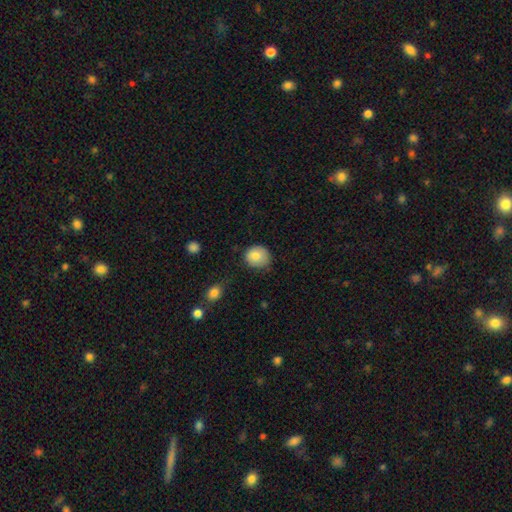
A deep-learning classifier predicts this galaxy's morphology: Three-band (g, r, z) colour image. It shows a smooth galaxy with no disk features (82%) that is round (77%). Merging: none (68%).